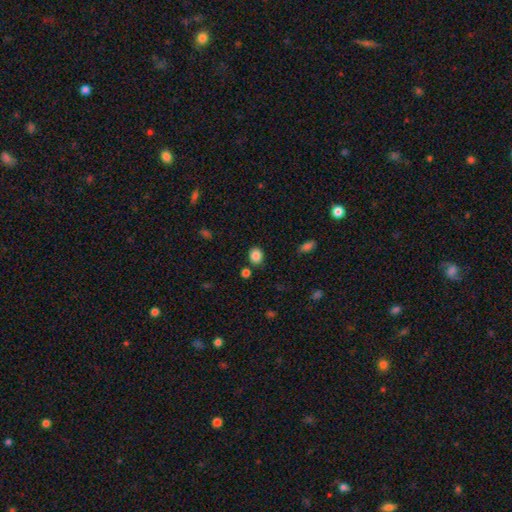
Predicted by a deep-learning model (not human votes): Smooth or featured?
  - smooth: 86% *
  - star or artifact: 10%
  - featured or disk: 4%
How rounded?
  - round: 62% *
  - in between: 37%
  - cigar-shaped: 1%
Merging?
  - none: 81% *
  - minor disturbance: 10%
  - merger: 6%
  - major disturbance: 3%